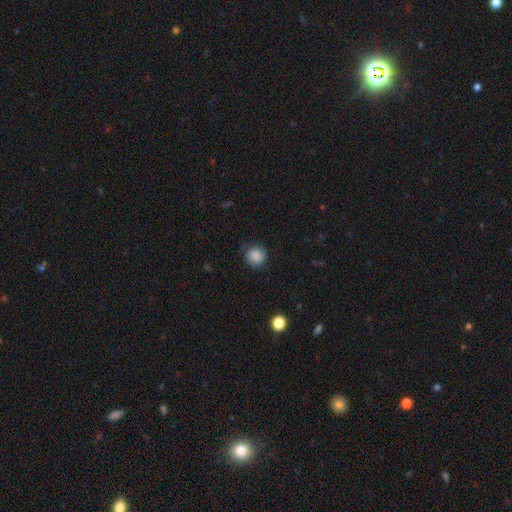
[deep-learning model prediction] smooth-or-featured: smooth: 86% | star or artifact: 9% | featured or disk: 6%
  how-rounded: round: 91% | in between: 8% | cigar-shaped: 1%
  merging: none: 80% | minor disturbance: 15% | major disturbance: 4% | merger: 1%